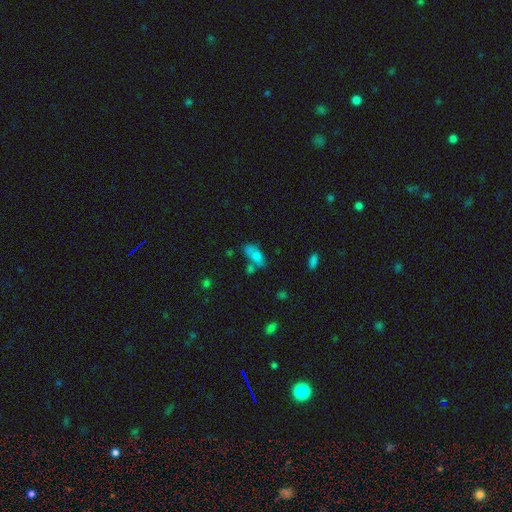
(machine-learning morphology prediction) Overall: smooth (72%). How rounded: in between (83%). Merging: none (38%; merger 30%).